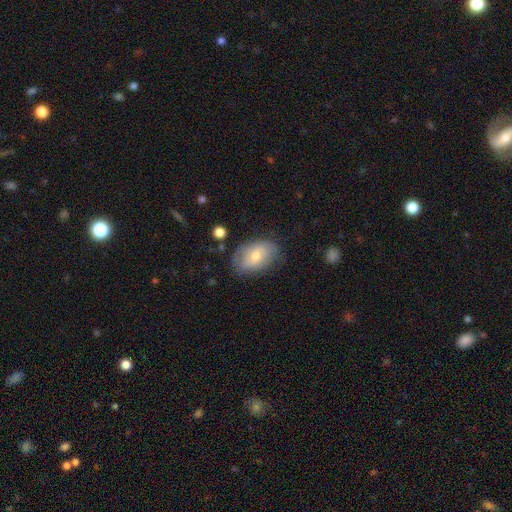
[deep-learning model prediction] Smooth or featured?
  - smooth: 56% *
  - featured or disk: 37%
  - star or artifact: 7%
How rounded?
  - in between: 88% *
  - round: 11%
  - cigar-shaped: 1%
Merging?
  - none: 72% *
  - minor disturbance: 21%
  - major disturbance: 6%
  - merger: 2%